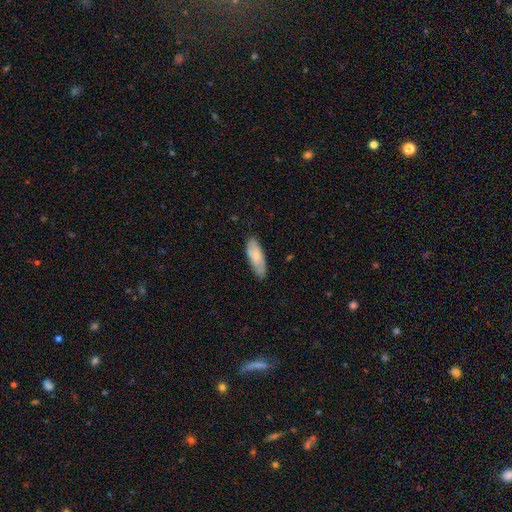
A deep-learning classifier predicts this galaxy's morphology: This appears to be a smooth galaxy with no disk features (75%) that is in between round and cigar-shaped (67%). Merging: none (80%).